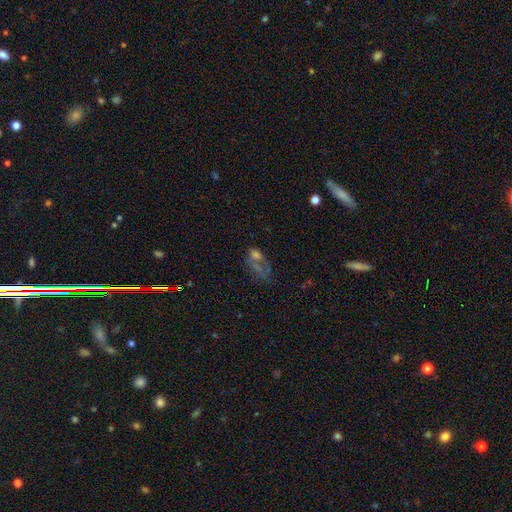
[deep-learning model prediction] A smooth galaxy with no disk features (38%). Merging: major disturbance (35%).